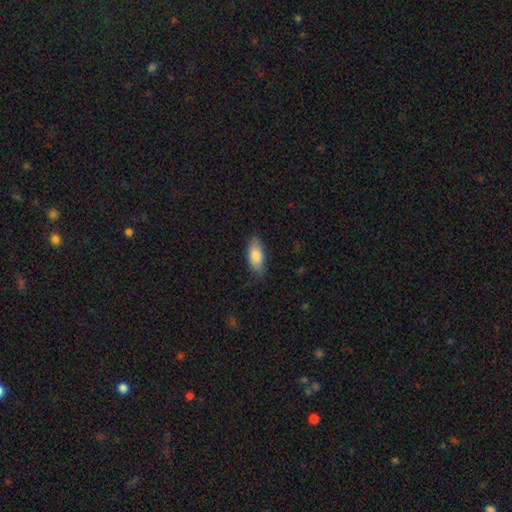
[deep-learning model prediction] smooth-or-featured: smooth: 84% | featured or disk: 10% | star or artifact: 6%
  how-rounded: in between: 84% | cigar-shaped: 14% | round: 2%
  merging: none: 79% | minor disturbance: 17% | major disturbance: 3% | merger: 1%